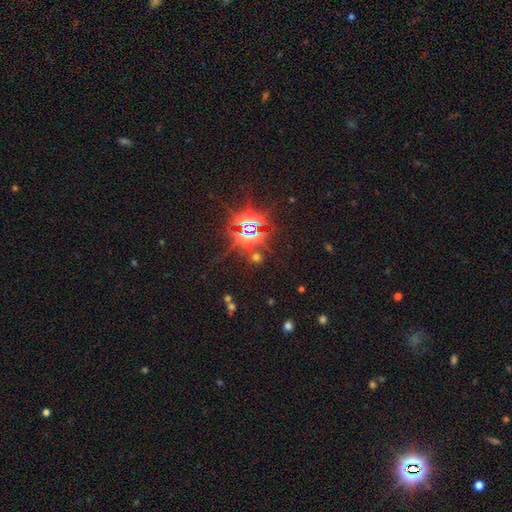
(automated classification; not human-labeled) smooth_or_featured: star or artifact (p=0.82) [alt: smooth p=0.10]